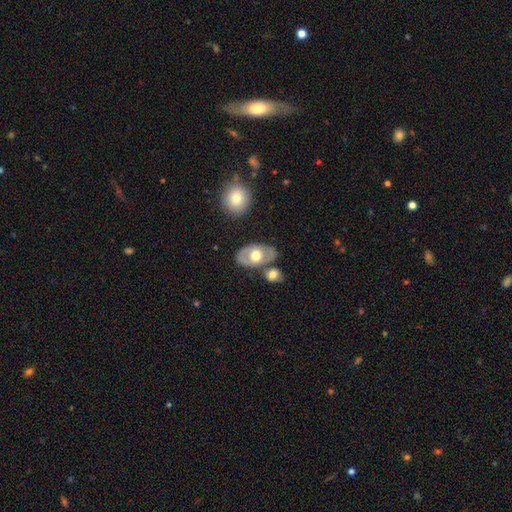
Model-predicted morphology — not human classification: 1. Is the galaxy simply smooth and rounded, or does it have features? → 48% featured or disk, 47% smooth, 5% star or artifact.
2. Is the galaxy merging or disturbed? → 70% none, 13% minor disturbance, 13% merger, 4% major disturbance.